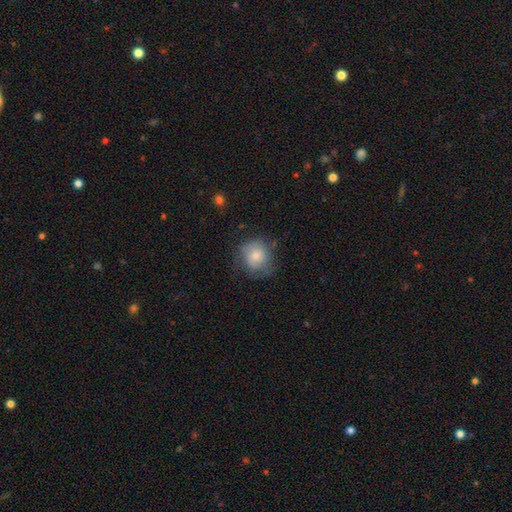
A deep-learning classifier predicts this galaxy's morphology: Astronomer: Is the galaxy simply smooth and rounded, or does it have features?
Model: smooth — 61%.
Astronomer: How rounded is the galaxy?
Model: round — 84%.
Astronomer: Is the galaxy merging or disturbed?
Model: none — 63%.